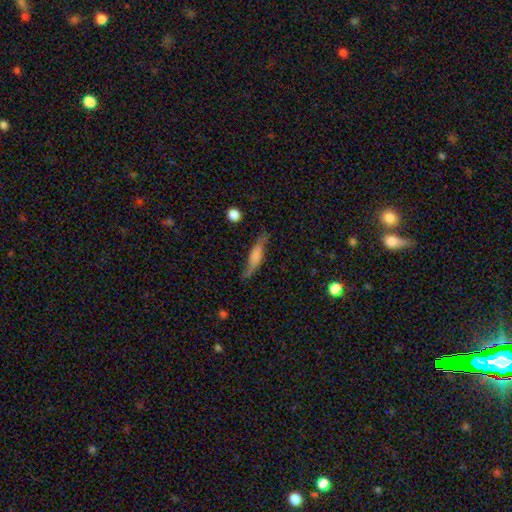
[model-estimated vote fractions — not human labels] This appears to be a smooth galaxy with no disk features (48%). Merging: none (68%).